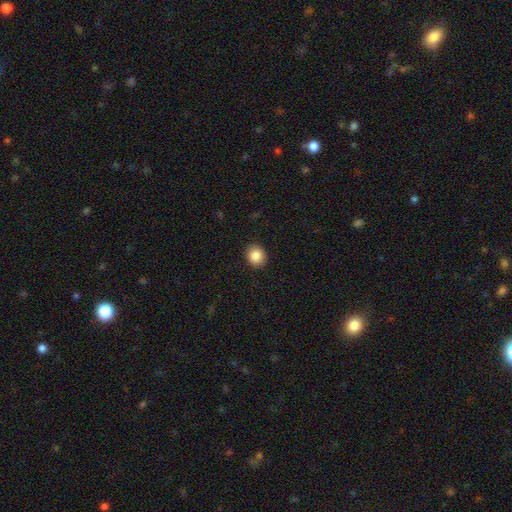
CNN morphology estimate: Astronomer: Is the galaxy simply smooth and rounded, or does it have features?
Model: smooth — 85%.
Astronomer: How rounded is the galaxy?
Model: round — 75%.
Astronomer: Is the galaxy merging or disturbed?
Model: none — 91%.